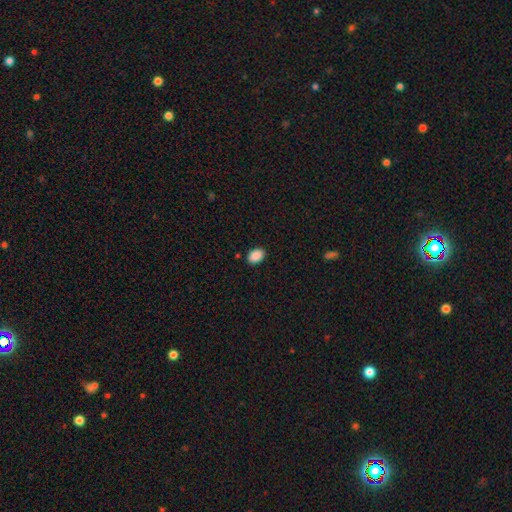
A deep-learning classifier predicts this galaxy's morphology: smooth_or_featured: smooth (p=0.90) [alt: star or artifact p=0.08]
how_rounded: in between (p=0.82) [alt: round p=0.17]
merging: none (p=0.89) [alt: minor disturbance p=0.08]